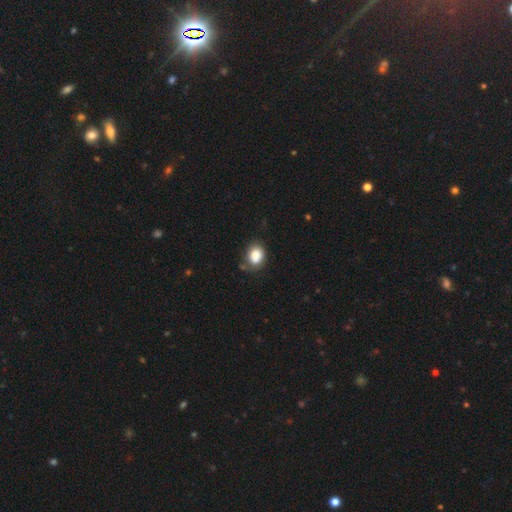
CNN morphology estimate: smooth_or_featured: smooth (p=0.85) [alt: star or artifact p=0.09]
how_rounded: in between (p=0.54) [alt: round p=0.45]
merging: none (p=0.70) [alt: minor disturbance p=0.20]